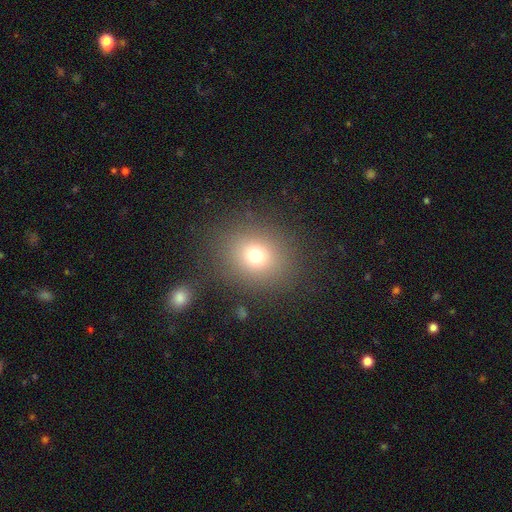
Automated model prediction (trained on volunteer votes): This is likely a smooth galaxy (72%). How rounded: likely round (73%). Merging: clearly none (84%).